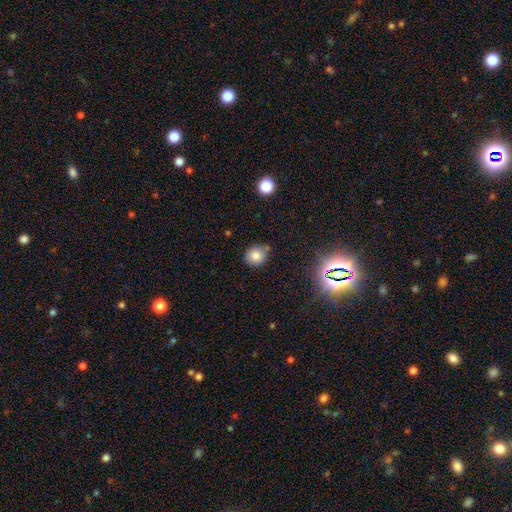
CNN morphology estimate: Smooth or featured? smooth (80%)
How rounded? round (72%)
Merging? none (70%)